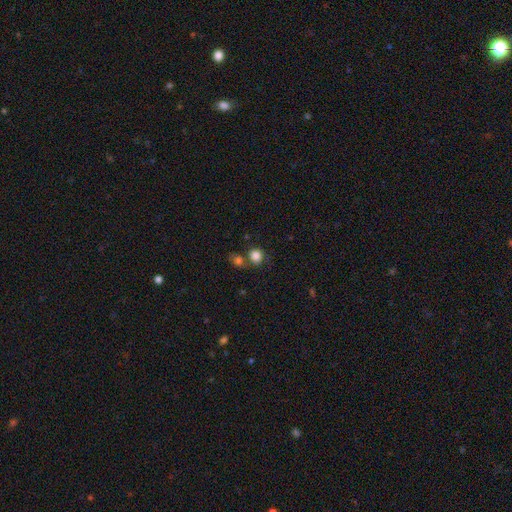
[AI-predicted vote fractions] Smooth or featured? Predicted: smooth (p=0.83). How rounded? Predicted: round (p=0.83). Merging? Predicted: none (p=0.57).